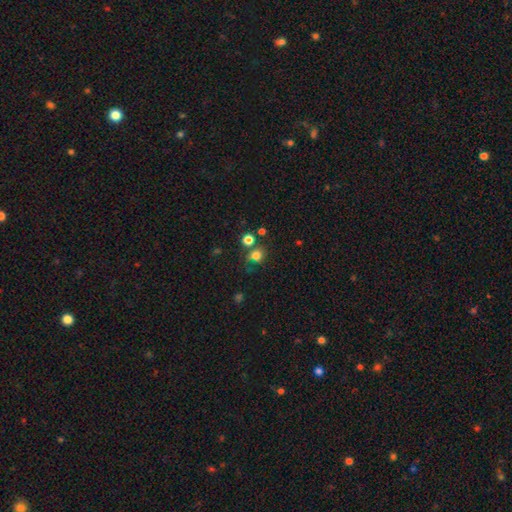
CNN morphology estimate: smooth_or_featured: smooth (p=0.73) [alt: star or artifact p=0.18]
how_rounded: round (p=0.71) [alt: in between p=0.28]
merging: none (p=0.57) [alt: minor disturbance p=0.16]